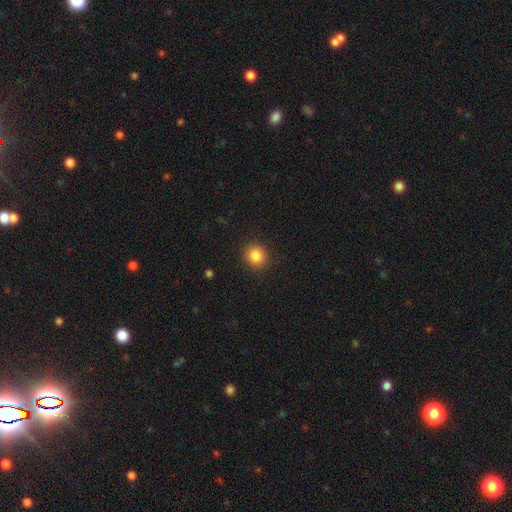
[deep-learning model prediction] Smooth or featured? Predicted: smooth (p=0.85). How rounded? Predicted: round (p=0.86). Merging? Predicted: none (p=0.90).